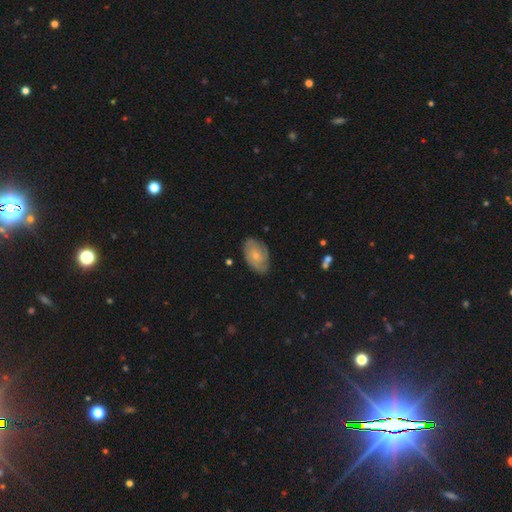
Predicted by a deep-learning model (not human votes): A featured or disk galaxy (64%) with no bar (75%), tight (57%) spiral arms (88%) and a small central bulge (66%).

Vote fractions:
- Smooth or featured? featured or disk: 64% / smooth: 30% / star or artifact: 6%
- Edge-on disk? no: 96% / yes: 4%
- Bar? no: 75% / weak: 22% / strong: 3%
- Spiral arms? yes: 88% / no: 12%
- Spiral winding? tight: 57% / medium: 33% / loose: 11%
- Spiral arm count? can't tell: 37% / 2: 28% / 3: 19% / 4: 7% / 1: 5% / more than 4: 4%
- Bulge size? small: 66% / moderate: 28% / none: 4% / large: 1% / dominant: 1%
- Merging? none: 76% / minor disturbance: 18% / major disturbance: 4% / merger: 1%